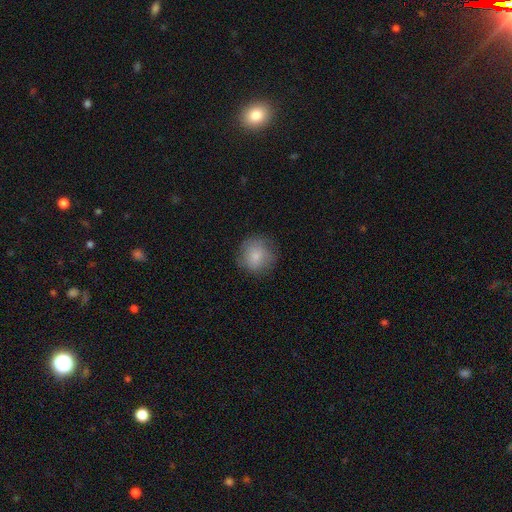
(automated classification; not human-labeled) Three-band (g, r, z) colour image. It shows a smooth galaxy with no disk features (80%) that is round (91%). Merging: none (77%).